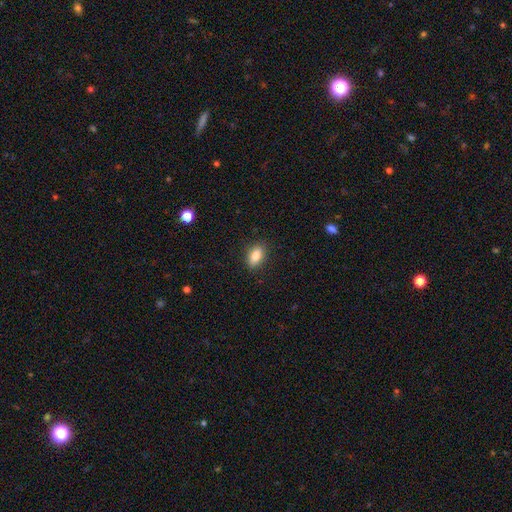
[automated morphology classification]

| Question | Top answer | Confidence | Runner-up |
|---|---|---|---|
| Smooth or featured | smooth | 83% | featured or disk (9%) |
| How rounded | in between | 87% | round (8%) |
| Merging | none | 87% | minor disturbance (10%) |